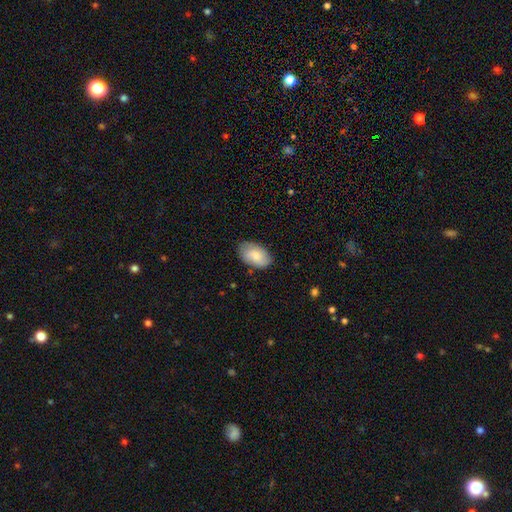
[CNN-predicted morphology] Smooth or featured: smooth — 76% (featured or disk — 18%)
How rounded: in between — 92% (round — 6%)
Merging: none — 77% (minor disturbance — 19%)